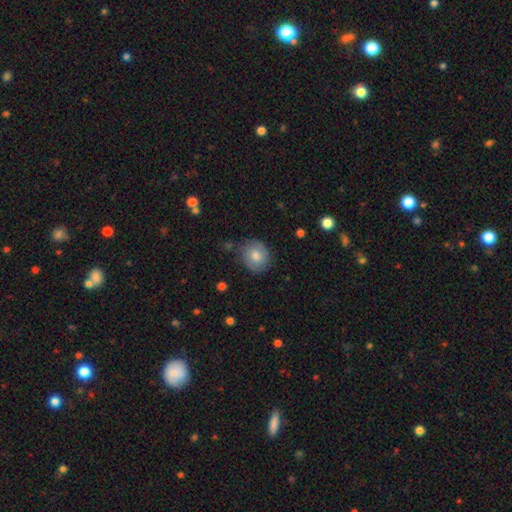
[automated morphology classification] smooth_or_featured: smooth (p=0.75) [alt: featured or disk p=0.16]
how_rounded: round (p=0.81) [alt: in between p=0.18]
merging: none (p=0.80) [alt: minor disturbance p=0.14]